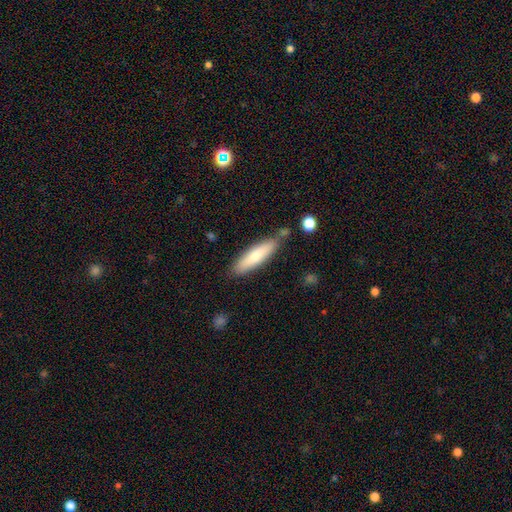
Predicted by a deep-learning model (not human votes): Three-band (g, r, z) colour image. It shows a smooth galaxy with no disk features (71%) that is cigar-shaped (75%). Merging: none (77%).